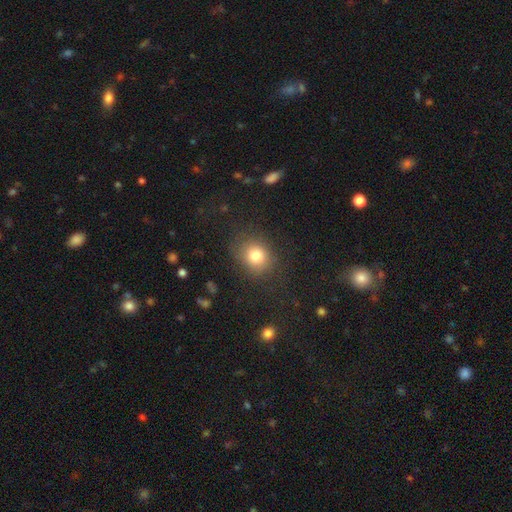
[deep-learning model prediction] smooth_or_featured: smooth (p=0.80) [alt: star or artifact p=0.12]
how_rounded: round (p=0.70) [alt: in between p=0.29]
merging: none (p=0.82) [alt: minor disturbance p=0.11]